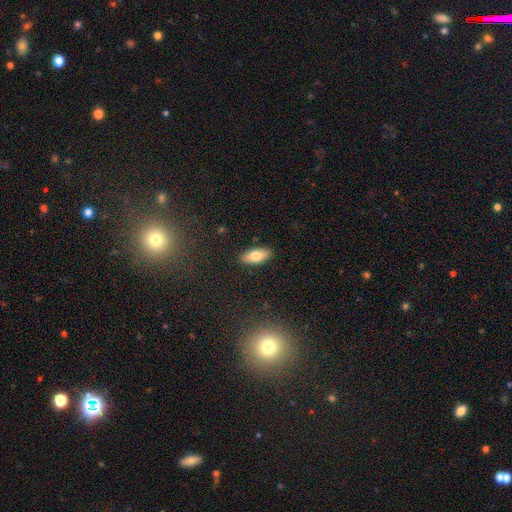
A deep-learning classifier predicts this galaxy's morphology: This is likely a smooth galaxy (75%). How rounded: clearly in between (81%). Merging: clearly none (89%).